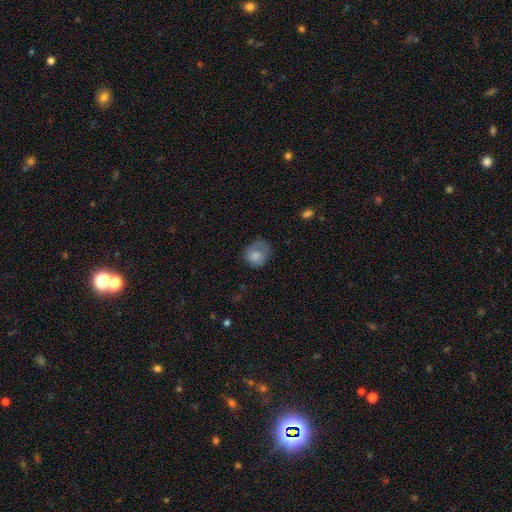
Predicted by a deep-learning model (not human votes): Overall: smooth (74%). How rounded: round (66%; in between 33%). Merging: none (49%; minor disturbance 30%).